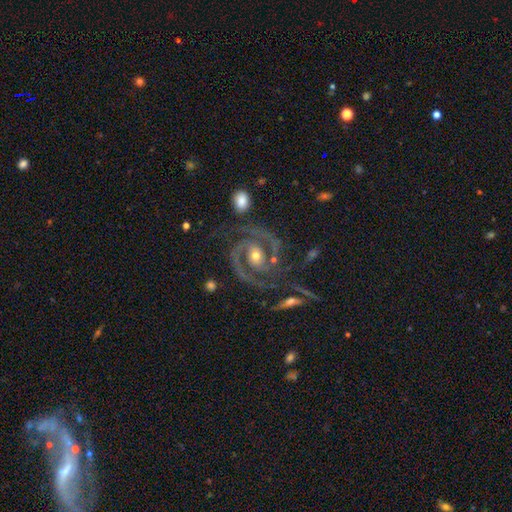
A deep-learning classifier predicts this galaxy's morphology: smooth-or-featured: featured or disk: 92% | star or artifact: 5% | smooth: 3%
  disk-edge-on: no: 98% | yes: 2%
    bar: no: 62% | weak: 25% | strong: 13%
    has-spiral-arms: yes: 98% | no: 2%
      spiral-winding: tight: 47% | medium: 46% | loose: 8%
      spiral-arm-count: 2: 86% | 3: 6% | can't tell: 3% | 1: 2% | 4: 2% | more than 4: 2%
    bulge-size: moderate: 64% | small: 29% | large: 4% | none: 1% | dominant: 1%
  merging: none: 69% | minor disturbance: 16% | major disturbance: 10% | merger: 5%